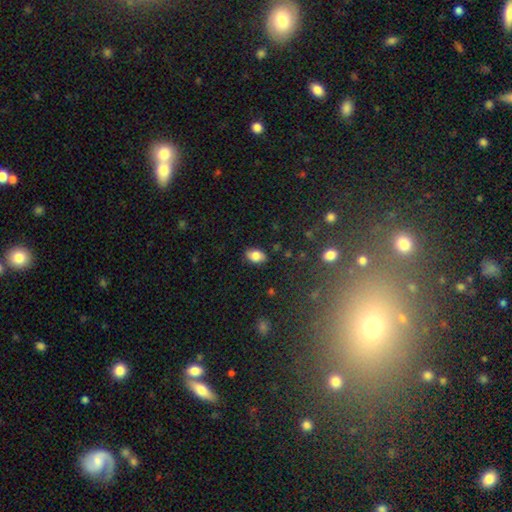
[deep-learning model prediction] Smooth or featured?
  - smooth: 81% *
  - featured or disk: 10%
  - star or artifact: 9%
How rounded?
  - in between: 86% *
  - round: 12%
  - cigar-shaped: 1%
Merging?
  - none: 85% *
  - minor disturbance: 11%
  - major disturbance: 2%
  - merger: 1%